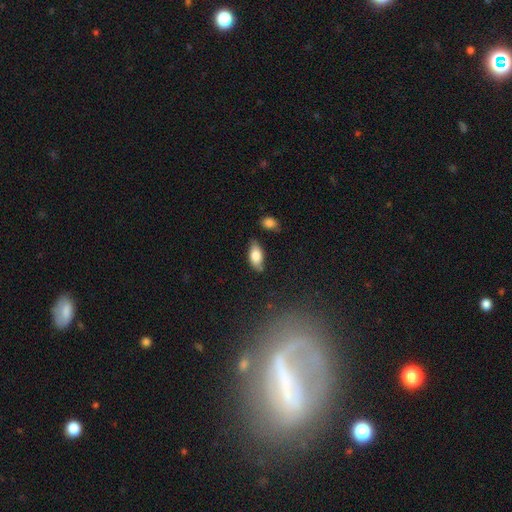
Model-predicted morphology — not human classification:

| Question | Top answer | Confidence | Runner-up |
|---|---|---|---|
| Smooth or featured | smooth | 78% | featured or disk (15%) |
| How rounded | in between | 90% | cigar-shaped (7%) |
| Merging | none | 72% | minor disturbance (20%) |